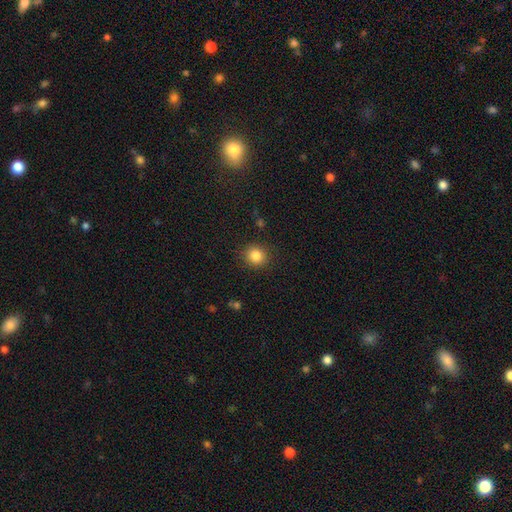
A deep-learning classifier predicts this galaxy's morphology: type=smooth (84%); roundness=round (87%); merging=none (89%).